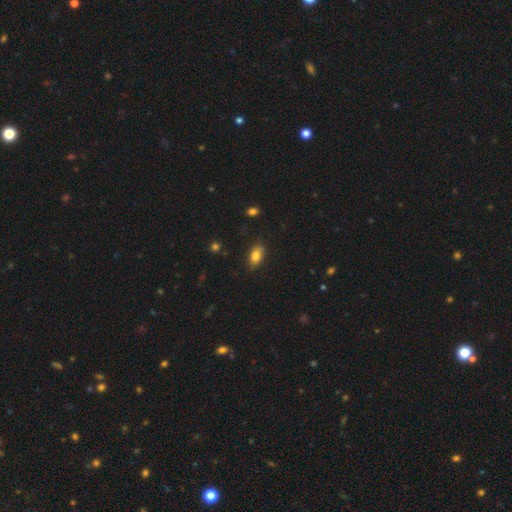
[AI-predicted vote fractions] This appears to be a smooth galaxy with no disk features (83%) that is in between round and cigar-shaped (87%). Merging: none (81%).